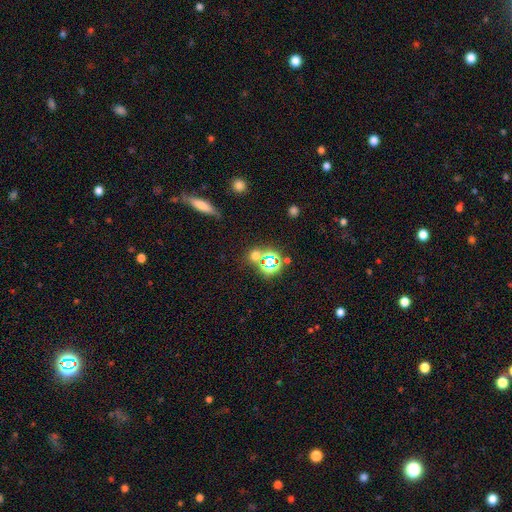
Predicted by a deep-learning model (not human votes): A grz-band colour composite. It shows a star or artifact, not a galaxy (47%).